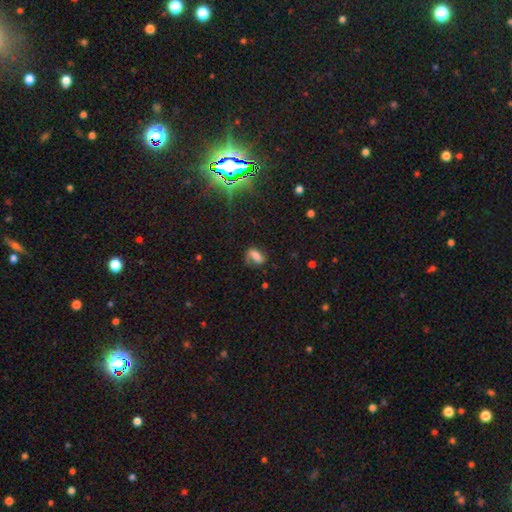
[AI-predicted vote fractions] Q: Smooth or featured?
A: smooth (58%); runner-up: featured or disk (28%)
Q: How rounded?
A: in between (82%); runner-up: round (12%)
Q: Merging?
A: none (55%); runner-up: minor disturbance (27%)